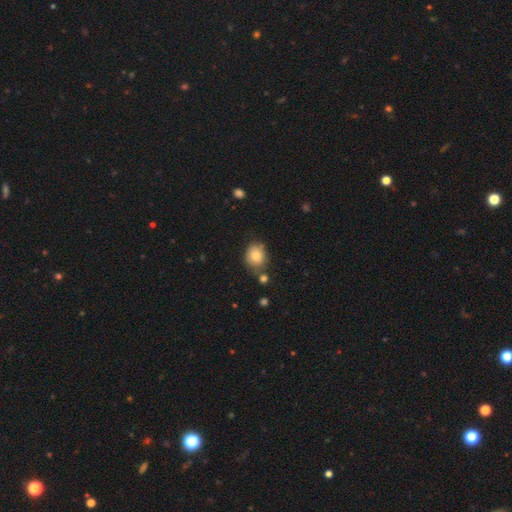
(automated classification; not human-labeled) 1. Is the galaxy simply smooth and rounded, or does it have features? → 81% smooth, 10% featured or disk, 9% star or artifact.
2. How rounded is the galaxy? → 74% round, 26% in between, 1% cigar-shaped.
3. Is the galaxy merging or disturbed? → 69% none, 18% minor disturbance, 9% merger, 4% major disturbance.